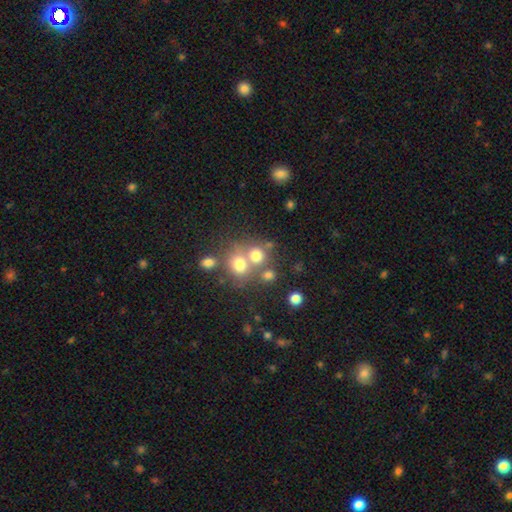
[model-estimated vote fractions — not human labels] A smooth galaxy with no disk features (70%) that is round (75%). Merging: merger (45%).